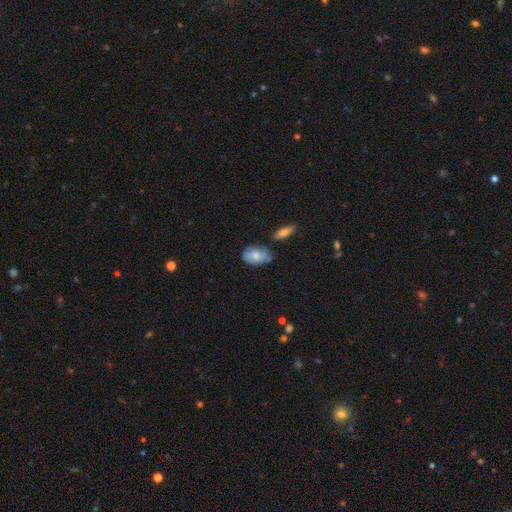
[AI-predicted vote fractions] Overall: smooth (59%; featured or disk 34%). How rounded: in between (85%). Merging: none (53%; minor disturbance 30%).